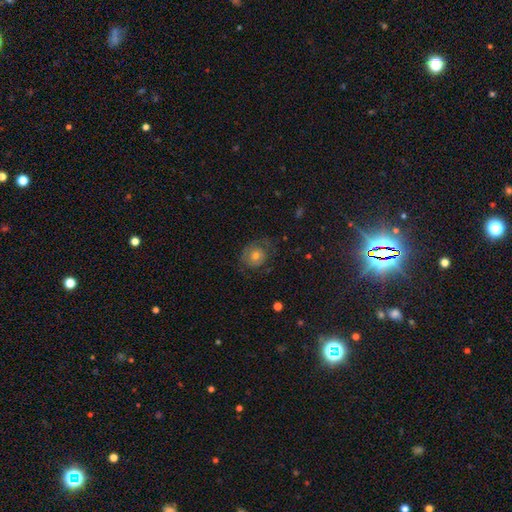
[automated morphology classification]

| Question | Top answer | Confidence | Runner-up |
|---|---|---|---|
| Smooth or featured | smooth | 47% | featured or disk (40%) |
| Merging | none | 65% | minor disturbance (20%) |